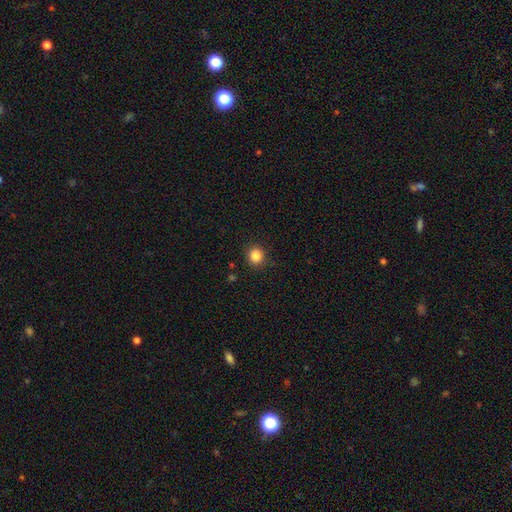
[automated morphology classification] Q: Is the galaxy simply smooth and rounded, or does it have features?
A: smooth — 85%.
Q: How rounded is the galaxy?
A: round — 89%.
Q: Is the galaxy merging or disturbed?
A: none — 90%.